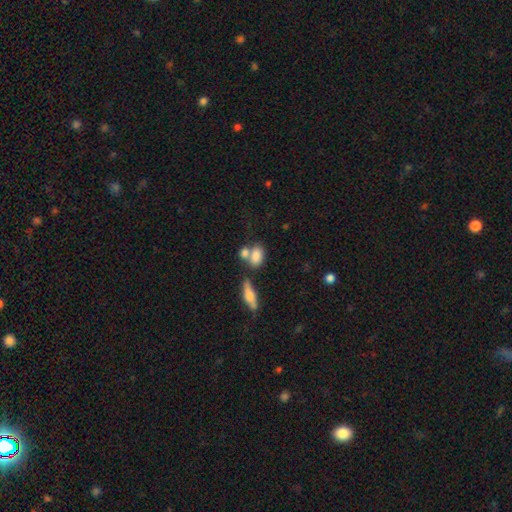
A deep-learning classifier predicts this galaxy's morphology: Q: Smooth or featured?
A: smooth (79%); runner-up: featured or disk (12%)
Q: How rounded?
A: in between (83%); runner-up: round (12%)
Q: Merging?
A: none (41%); tied with: merger (41%)